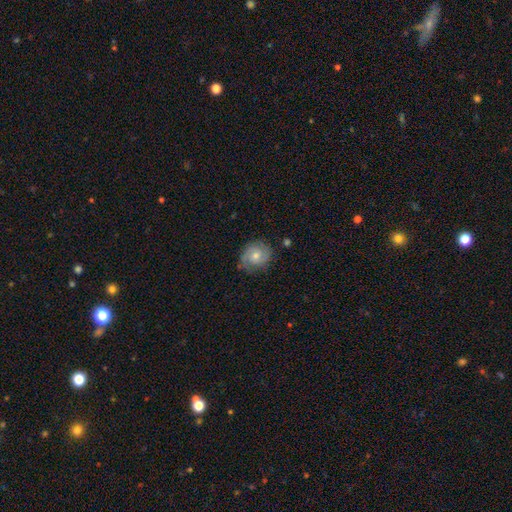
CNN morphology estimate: Overall: featured or disk (63%; smooth 29%). Edge-on disk: no (97%). Bar: no (72%). Spiral arms: yes (89%). Spiral arm count: 2 (64%). Spiral winding: tight (53%; medium 36%). Bulge size: moderate (57%; small 38%). Merging: none (76%).